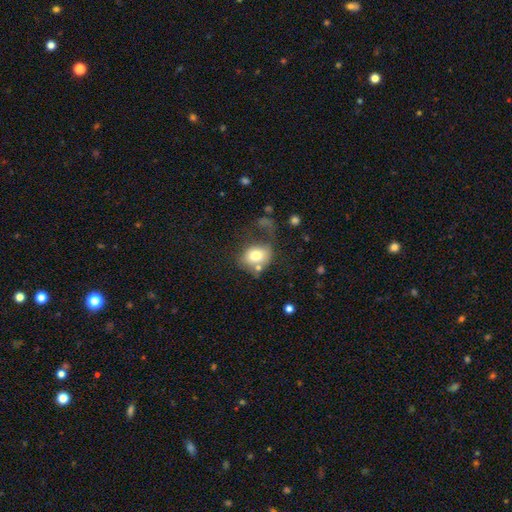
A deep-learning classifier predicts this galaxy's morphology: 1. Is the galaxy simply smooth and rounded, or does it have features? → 74% smooth, 17% featured or disk, 9% star or artifact.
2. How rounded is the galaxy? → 55% in between, 44% round, 1% cigar-shaped.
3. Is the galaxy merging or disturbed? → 40% none, 24% major disturbance, 22% minor disturbance, 14% merger.